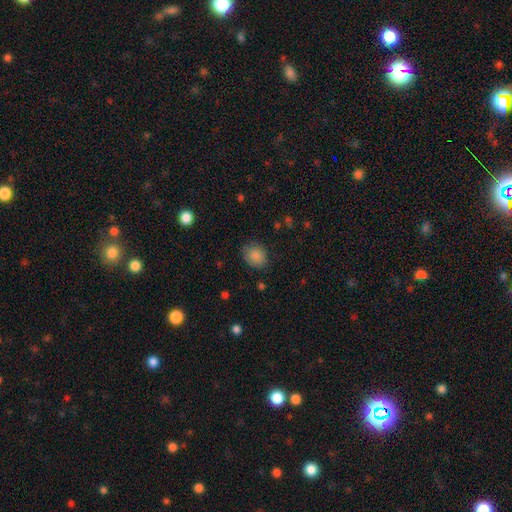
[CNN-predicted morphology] smooth 87%, star or artifact 9%, featured or disk 5%. Down the decision tree: how rounded — round (51%); merging — none (80%).